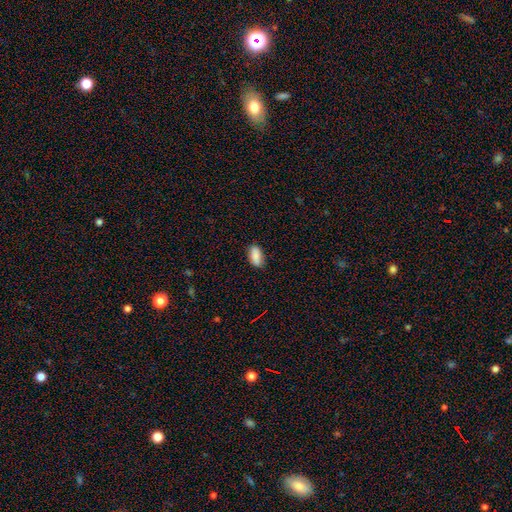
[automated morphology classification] A smooth galaxy with no disk features (86%) that is in between round and cigar-shaped (91%). Merging: none (80%).